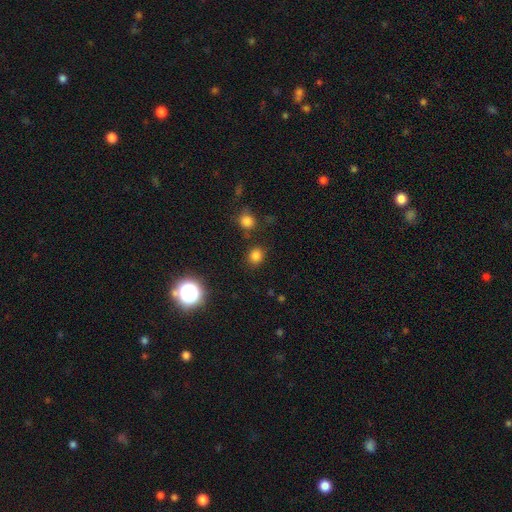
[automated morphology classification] The model was most divided on "how rounded": round: 75%, in between: 24%, cigar-shaped: 1%. More confident: merging — none (84%); smooth or featured — smooth (78%).